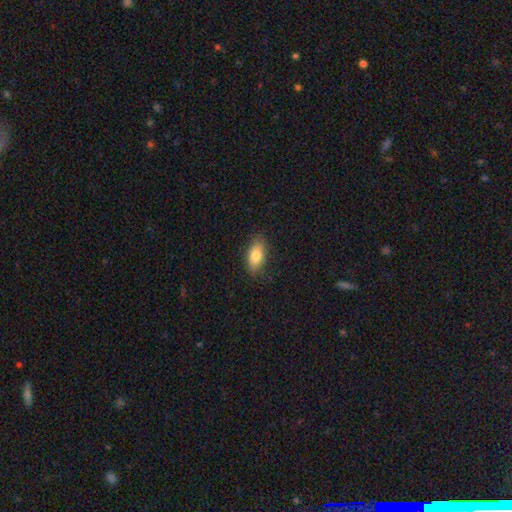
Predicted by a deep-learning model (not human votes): Smooth or featured? smooth (81%)
How rounded? in between (87%)
Merging? none (85%)